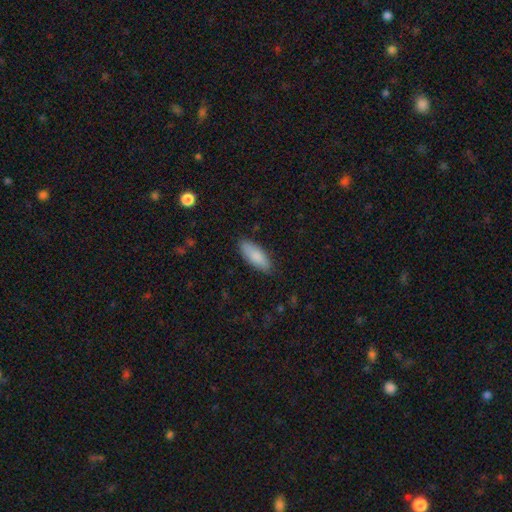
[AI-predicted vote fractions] This is clearly a smooth galaxy (85%). How rounded: likely in between (72%). Merging: clearly none (85%).